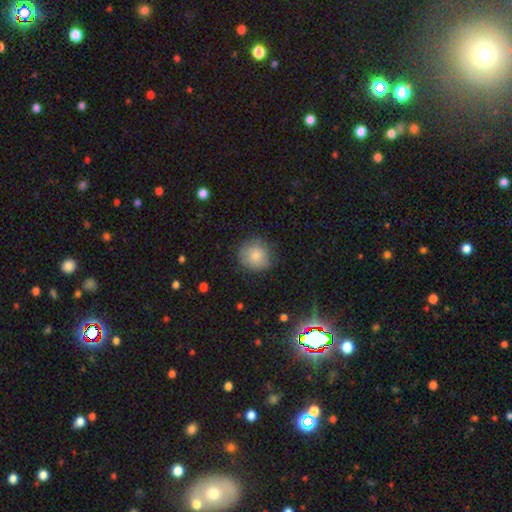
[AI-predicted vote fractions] Smooth or featured: smooth — 81% (featured or disk — 11%)
How rounded: round — 90% (in between — 9%)
Merging: none — 77% (minor disturbance — 17%)